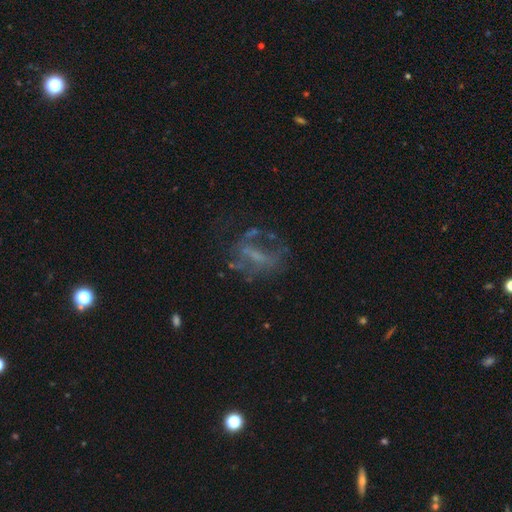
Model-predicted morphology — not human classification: This appears to be a featured or disk galaxy (60%) with no bar (45%), no spiral arms (64%) and no central bulge (51%). Merging: none (45%).